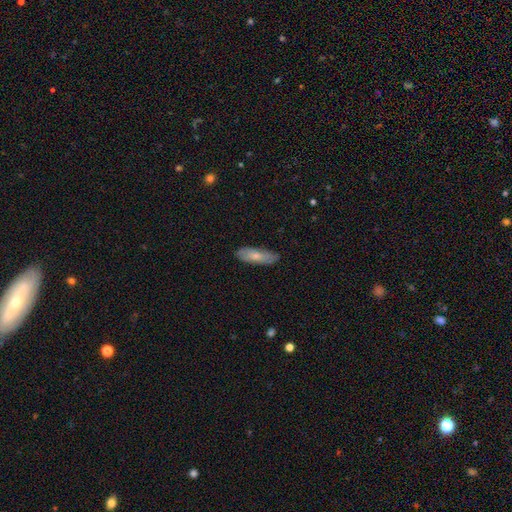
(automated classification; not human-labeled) Morphology: type=smooth (66%); roundness=cigar-shaped (49%, tied with in between); merging=none (82%).